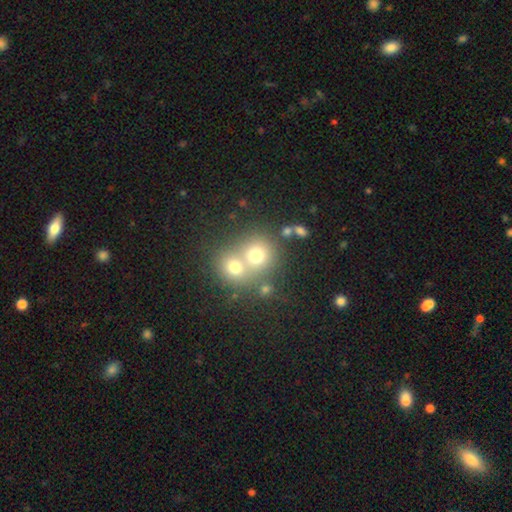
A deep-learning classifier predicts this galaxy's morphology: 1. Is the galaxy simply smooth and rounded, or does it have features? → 70% smooth, 15% star or artifact, 15% featured or disk.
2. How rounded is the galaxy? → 82% round, 17% in between, 1% cigar-shaped.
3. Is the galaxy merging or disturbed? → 53% merger, 37% none, 6% minor disturbance, 3% major disturbance.